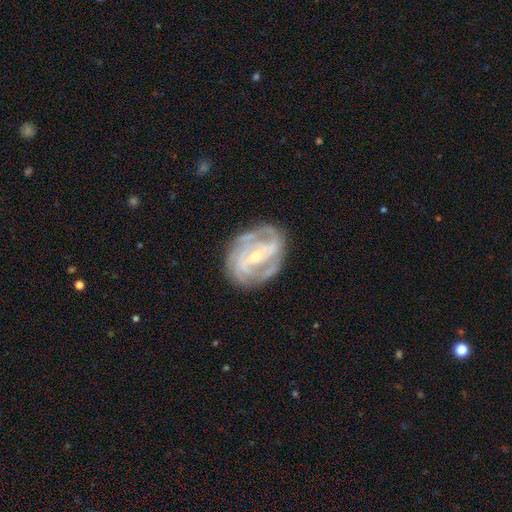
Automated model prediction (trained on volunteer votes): This is clearly a featured or disk galaxy (88%). It is clearly not viewed edge-on (97%). Bar: marginally strong (42%). Spiral arm pattern: clearly yes (95%). Spiral arm count: marginally 2 (33%). Spiral winding: possibly tight (55%). Central bulge: likely small (61%). Merging: likely none (76%).